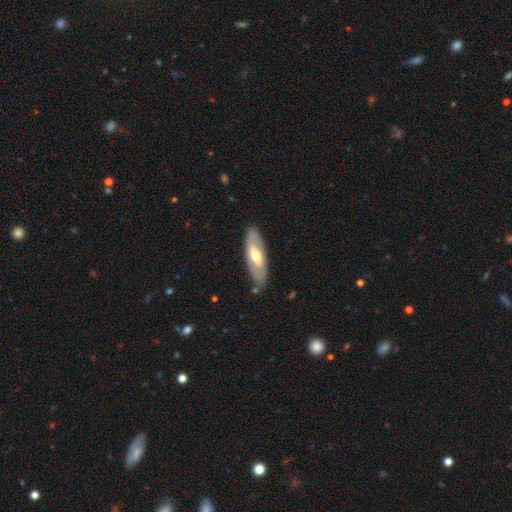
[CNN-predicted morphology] featured or disk 58%, smooth 37%, star or artifact 5%. Down the decision tree: edge-on disk — no (76%); merging — none (83%).